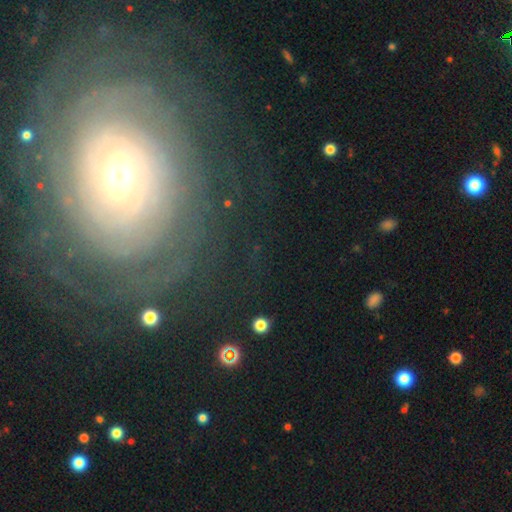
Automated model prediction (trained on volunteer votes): featured or disk 75%, smooth 13%, star or artifact 13%. Down the decision tree: edge-on disk — no (94%); bar — weak (39%); spiral arms — yes (82%); spiral arm count — can't tell (47%); spiral winding — tight (78%); bulge size — moderate (52%); merging — none (74%).